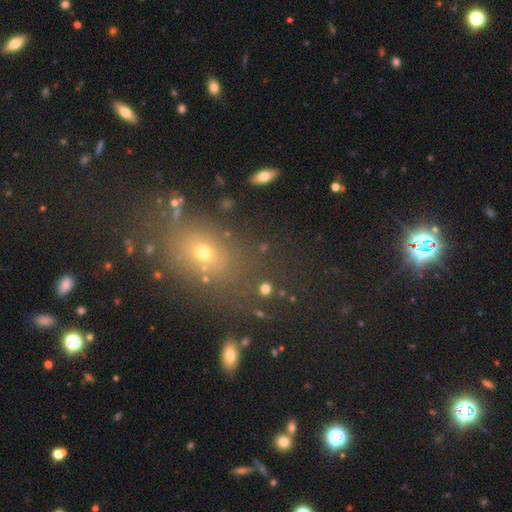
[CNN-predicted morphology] smooth-or-featured: smooth: 51% | star or artifact: 35% | featured or disk: 14%
  how-rounded: in between: 57% | round: 38% | cigar-shaped: 4%
  merging: none: 78% | minor disturbance: 12% | major disturbance: 6% | merger: 4%